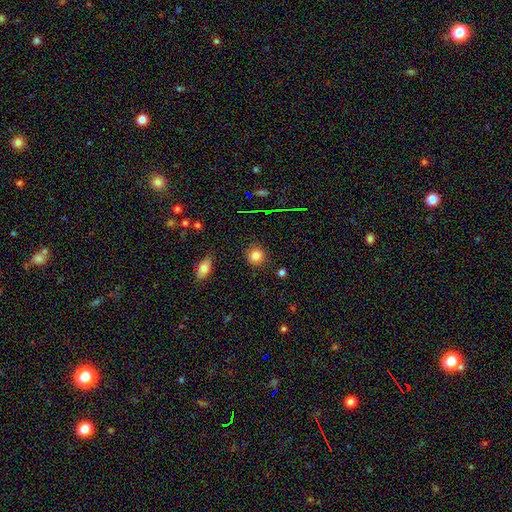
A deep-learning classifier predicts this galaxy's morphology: Smooth or featured? Predicted: smooth (p=0.82). How rounded? Predicted: round (p=0.85). Merging? Predicted: none (p=0.87).